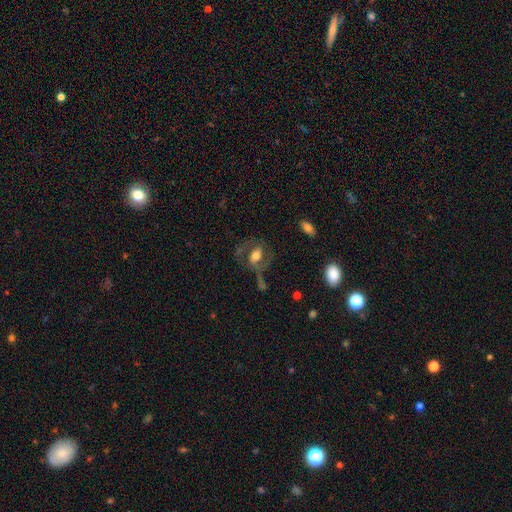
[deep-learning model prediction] Smooth or featured?
  - featured or disk: 65% *
  - smooth: 27%
  - star or artifact: 8%
Edge-on disk?
  - no: 94% *
  - yes: 6%
Bar?
  - weak: 39% *
  - no: 35%
  - strong: 25%
Spiral arms?
  - yes: 78% *
  - no: 22%
Bulge size?
  - moderate: 54% *
  - large: 29%
  - small: 12%
  - dominant: 3%
  - none: 3%
Merging?
  - none: 51% *
  - major disturbance: 24%
  - minor disturbance: 18%
  - merger: 7%